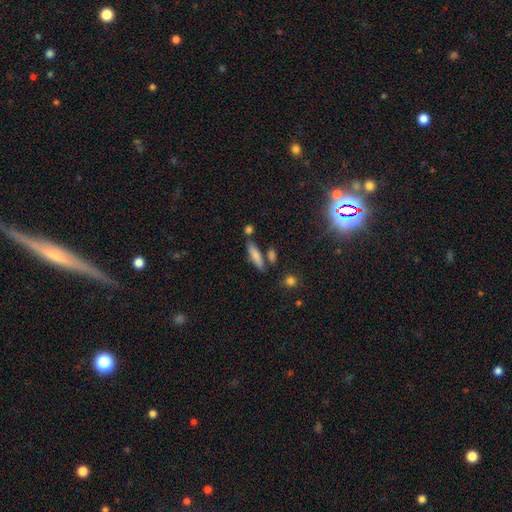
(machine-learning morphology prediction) The model was most divided on "how rounded": cigar-shaped: 67%, in between: 31%, round: 2%. More confident: smooth or featured — smooth (79%); merging — none (72%).